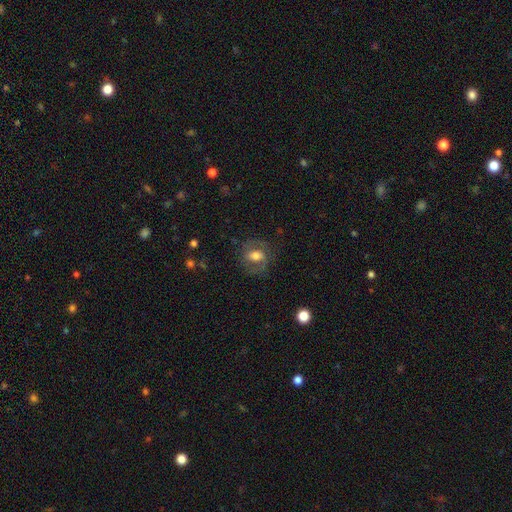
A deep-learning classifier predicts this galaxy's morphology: type=smooth (48%); merging=none (70%).